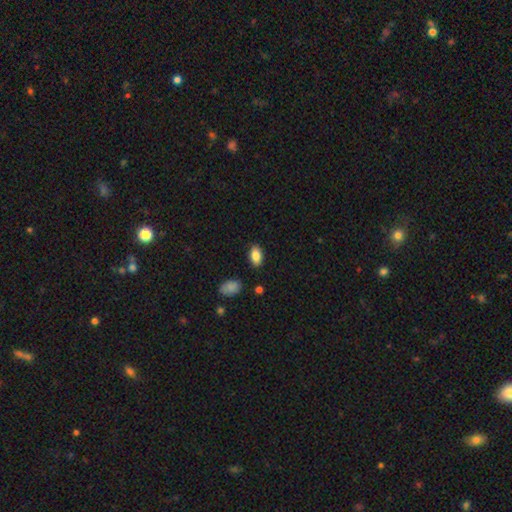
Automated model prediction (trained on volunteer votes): Smooth or featured? smooth (86%)
How rounded? in between (92%)
Merging? none (86%)